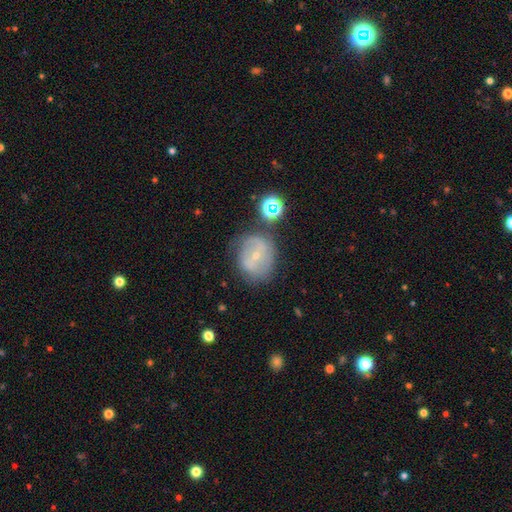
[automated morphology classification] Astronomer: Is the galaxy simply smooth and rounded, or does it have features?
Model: featured or disk — 53% (runner-up: smooth, 35%).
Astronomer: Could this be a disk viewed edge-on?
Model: no — 96%.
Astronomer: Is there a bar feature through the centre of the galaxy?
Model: no — 47% (runner-up: weak, 37%).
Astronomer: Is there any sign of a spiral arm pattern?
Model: yes — 56% (runner-up: no, 44%).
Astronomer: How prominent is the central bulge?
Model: small — 74%.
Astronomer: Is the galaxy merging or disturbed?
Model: none — 58%.